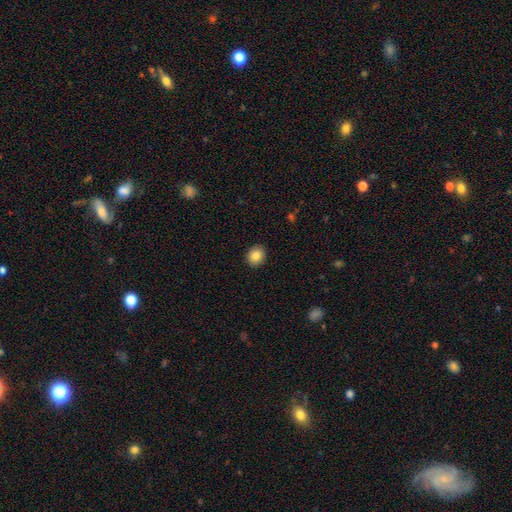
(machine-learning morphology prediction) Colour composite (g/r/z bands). It shows a smooth galaxy with no disk features (86%) that is round (68%). Merging: none (91%).